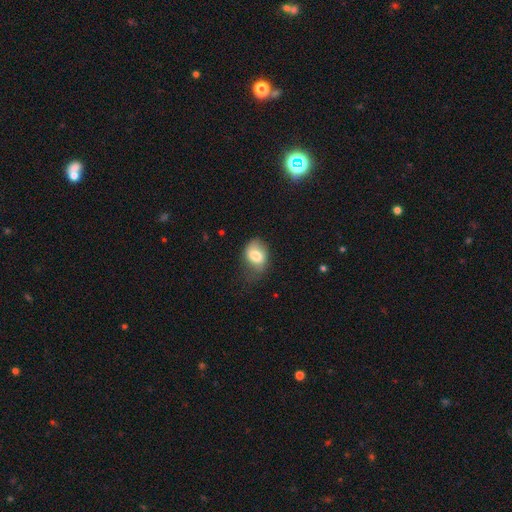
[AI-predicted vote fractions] smooth 75%, featured or disk 17%, star or artifact 8%. Down the decision tree: how rounded — in between (74%); merging — none (43%).